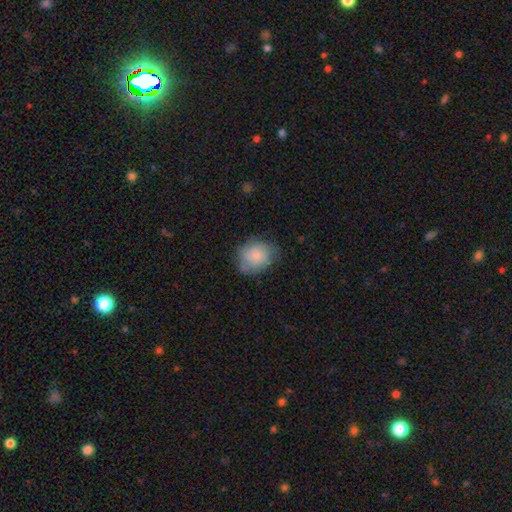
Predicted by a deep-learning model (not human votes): smooth 70%, featured or disk 21%, star or artifact 8%. Down the decision tree: how rounded — round (61%); merging — none (65%).